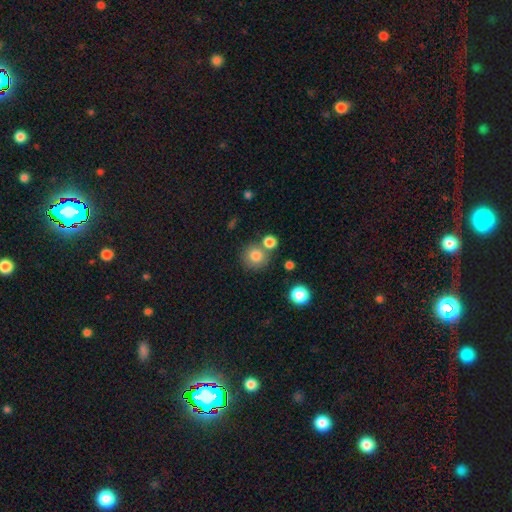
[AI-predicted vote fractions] A smooth galaxy with no disk features (81%) that is round (90%).

Vote fractions:
- Smooth or featured? smooth: 81% / star or artifact: 11% / featured or disk: 9%
- How rounded? round: 90% / in between: 9% / cigar-shaped: 1%
- Merging? none: 67% / merger: 20% / minor disturbance: 9% / major disturbance: 4%